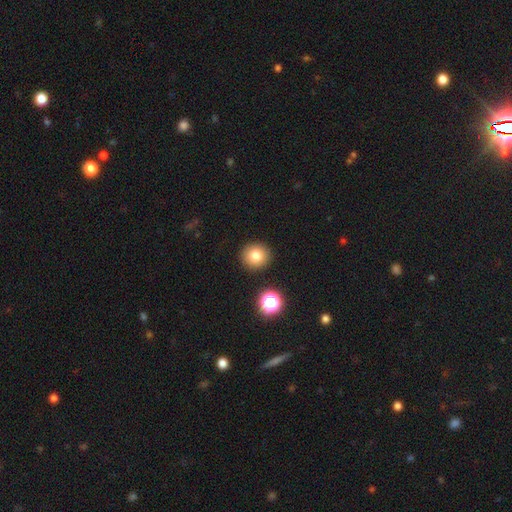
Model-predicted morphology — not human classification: Smooth or featured? Predicted: smooth (p=0.79). How rounded? Predicted: round (p=0.92). Merging? Predicted: none (p=0.90).